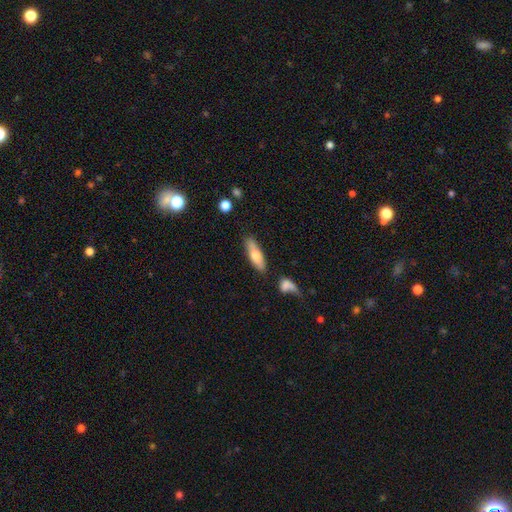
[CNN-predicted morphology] This is likely a smooth galaxy (65%). How rounded: possibly cigar-shaped (49%). Merging: likely none (76%).